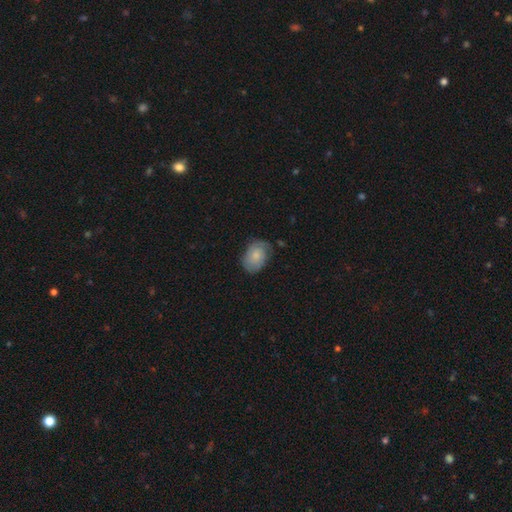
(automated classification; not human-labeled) Smooth or featured? smooth (64%)
How rounded? in between (78%)
Merging? none (62%)